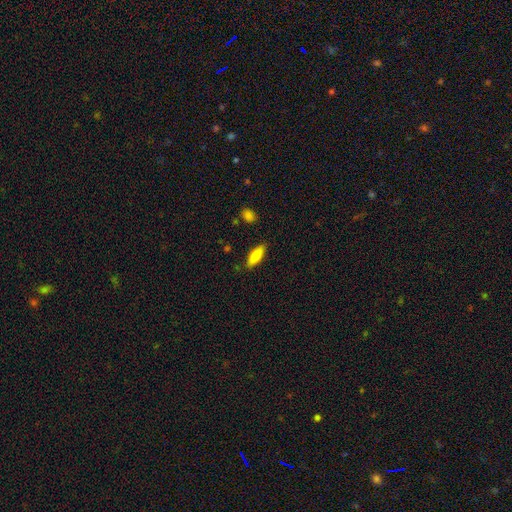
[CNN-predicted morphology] smooth 80%, featured or disk 14%, star or artifact 6%. Down the decision tree: how rounded — in between (63%); merging — none (84%).